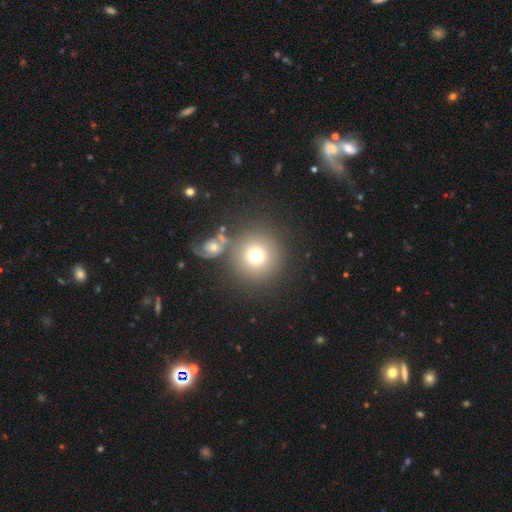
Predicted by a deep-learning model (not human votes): Smooth or featured?
  - smooth: 73% *
  - featured or disk: 16%
  - star or artifact: 11%
How rounded?
  - round: 94% *
  - in between: 5%
  - cigar-shaped: 1%
Merging?
  - none: 71% *
  - merger: 15%
  - minor disturbance: 9%
  - major disturbance: 5%